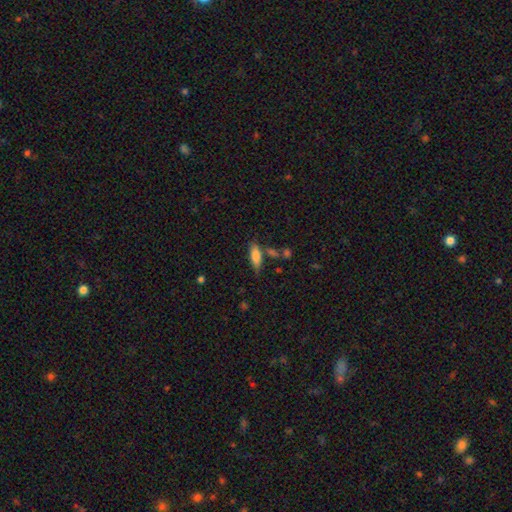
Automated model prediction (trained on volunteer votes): smooth_or_featured: smooth (p=0.76) [alt: featured or disk p=0.16]
how_rounded: in between (p=0.57) [alt: cigar-shaped p=0.41]
merging: none (p=0.65) [alt: minor disturbance p=0.19]